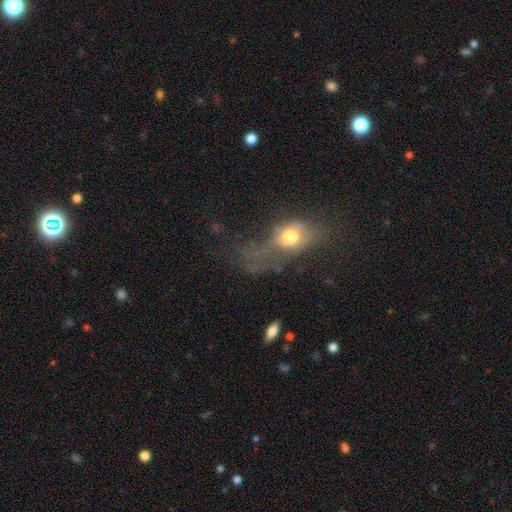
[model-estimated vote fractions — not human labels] A smooth galaxy with no disk features (50%). Merging: major disturbance (54%).